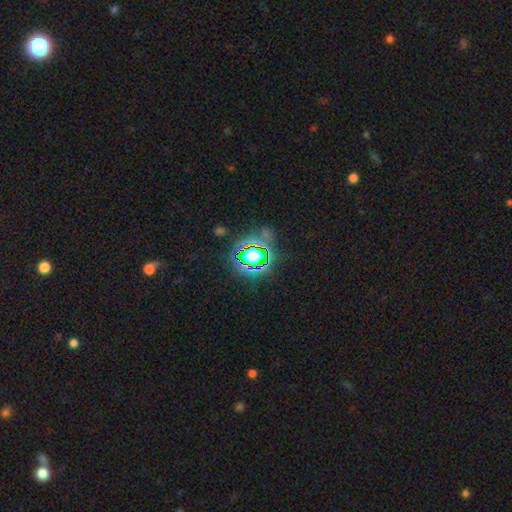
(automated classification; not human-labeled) The model was most divided on "smooth or featured": star or artifact: 77%, smooth: 14%, featured or disk: 9%.